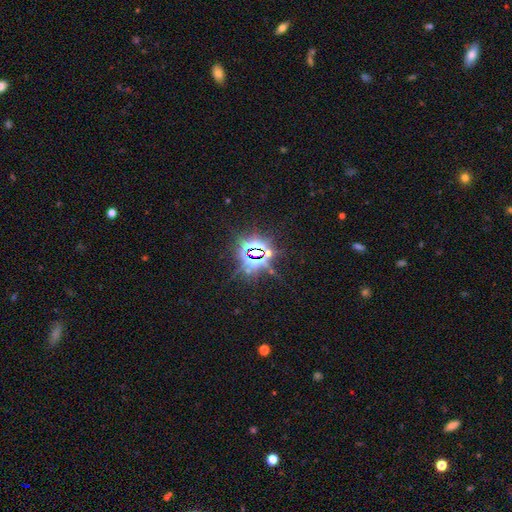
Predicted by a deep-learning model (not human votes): A star or artifact, not a galaxy (84%).